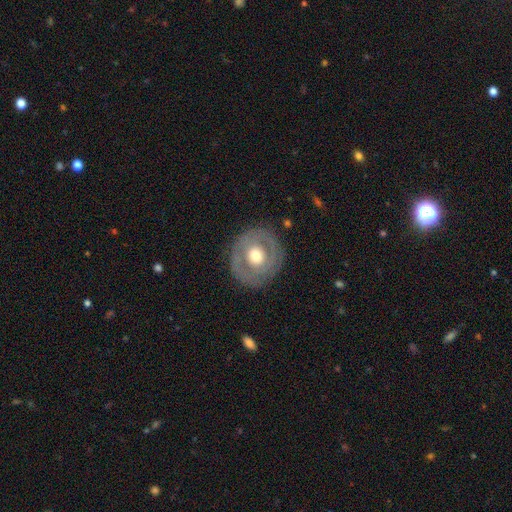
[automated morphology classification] This is possibly a featured or disk galaxy (53%). It is clearly not viewed edge-on (95%). Bar: clearly no (84%). Spiral arm pattern: likely no (79%). Central bulge: likely moderate (65%). Merging: clearly none (83%).